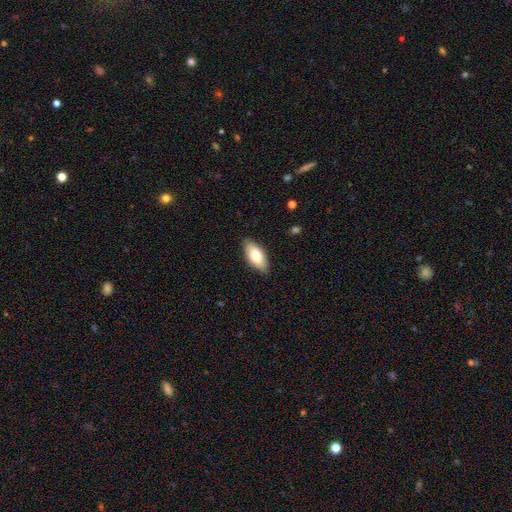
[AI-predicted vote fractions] Smooth or featured: smooth — 73% (featured or disk — 20%)
How rounded: in between — 89% (cigar-shaped — 9%)
Merging: none — 87% (minor disturbance — 10%)